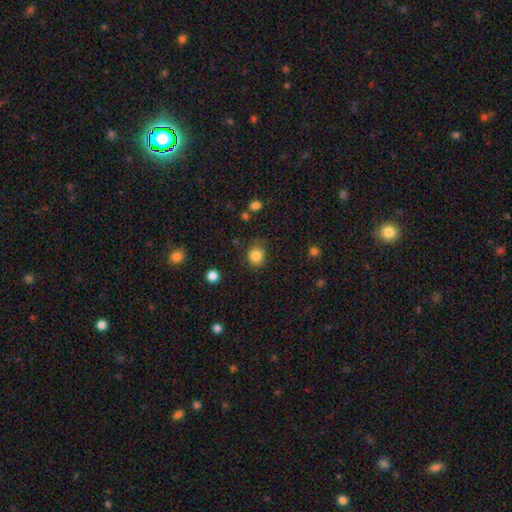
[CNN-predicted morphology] Smooth or featured: smooth — 85% (star or artifact — 11%)
How rounded: round — 76% (in between — 23%)
Merging: none — 73% (minor disturbance — 19%)